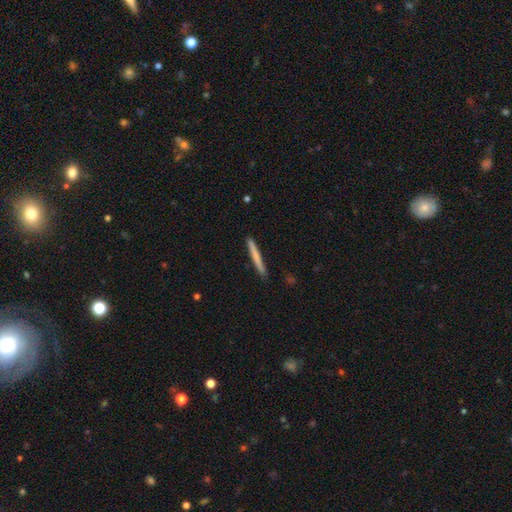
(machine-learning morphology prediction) The model was most divided on "smooth or featured": smooth: 68%, featured or disk: 26%, star or artifact: 6%. More confident: how rounded — cigar-shaped (97%); merging — none (90%).